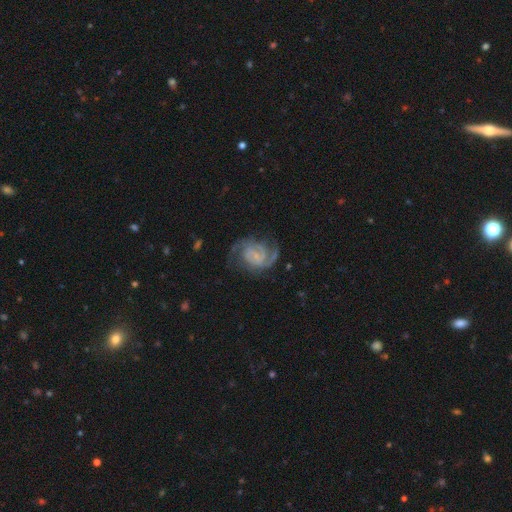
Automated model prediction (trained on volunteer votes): Smooth or featured? Predicted: featured or disk (p=0.86). Edge-on disk? Predicted: no (p=0.98). Bar? Predicted: no (p=0.49). Spiral arms? Predicted: yes (p=0.96). Spiral winding? Predicted: medium (p=0.47). Spiral arm count? Predicted: 2 (p=0.66). Bulge size? Predicted: small (p=0.58). Merging? Predicted: none (p=0.63).